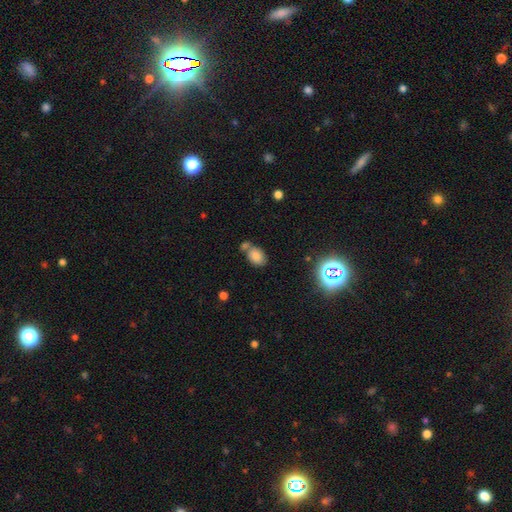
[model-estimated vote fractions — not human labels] smooth_or_featured: smooth (p=0.77) [alt: star or artifact p=0.14]
how_rounded: in between (p=0.75) [alt: round p=0.23]
merging: none (p=0.47) [alt: merger p=0.33]